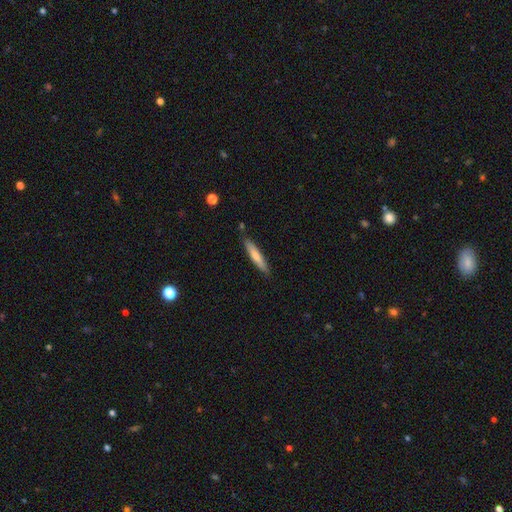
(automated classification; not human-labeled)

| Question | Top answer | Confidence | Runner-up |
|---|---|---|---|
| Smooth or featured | smooth | 68% | featured or disk (27%) |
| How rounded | cigar-shaped | 90% | in between (9%) |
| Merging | none | 85% | minor disturbance (11%) |